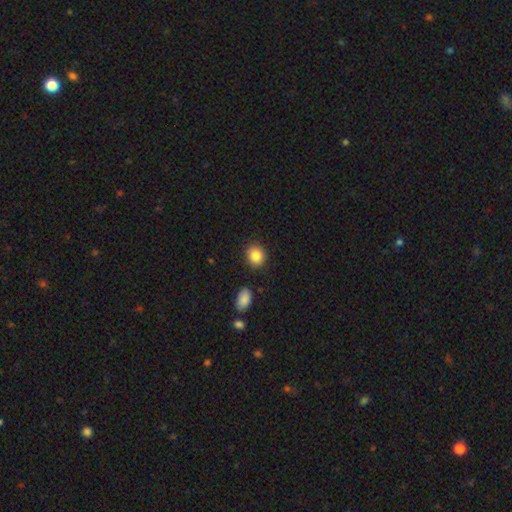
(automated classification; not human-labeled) Morphology: type=smooth (87%); roundness=round (63%); merging=none (86%).